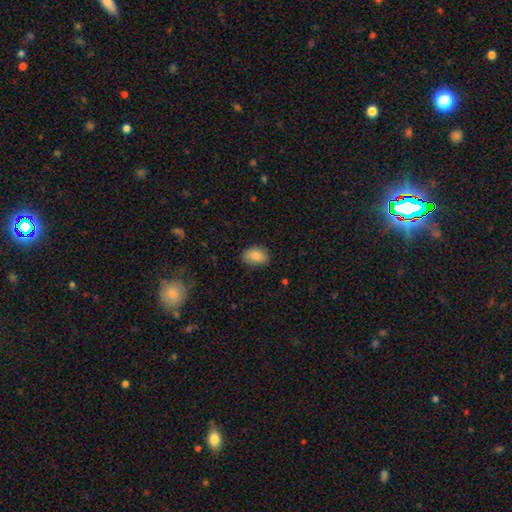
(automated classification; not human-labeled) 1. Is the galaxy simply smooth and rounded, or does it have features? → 85% smooth, 8% featured or disk, 7% star or artifact.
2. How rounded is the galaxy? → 79% in between, 20% round, 1% cigar-shaped.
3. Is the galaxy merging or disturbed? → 81% none, 15% minor disturbance, 3% major disturbance, 1% merger.